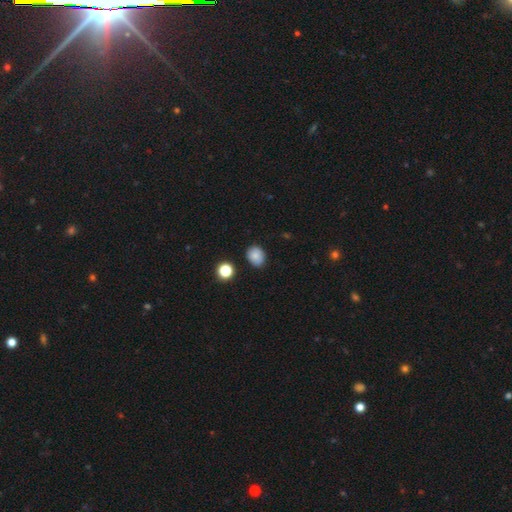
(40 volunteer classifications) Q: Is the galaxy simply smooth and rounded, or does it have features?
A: smooth — 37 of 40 (92%).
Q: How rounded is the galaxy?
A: round — 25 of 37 (68%).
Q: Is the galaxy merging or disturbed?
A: none — 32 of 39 (82%).